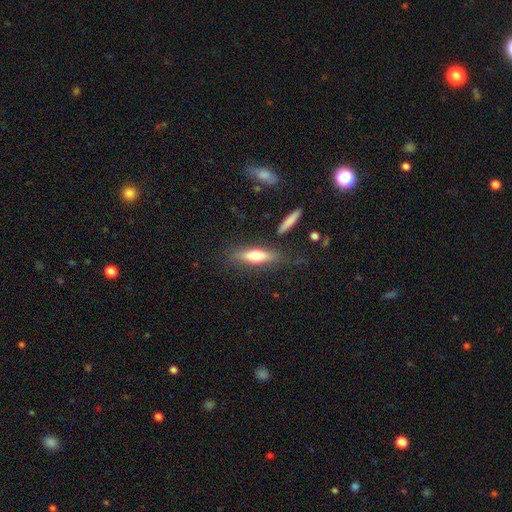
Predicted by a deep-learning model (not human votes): smooth-or-featured: smooth: 63% | featured or disk: 30% | star or artifact: 7%
  how-rounded: cigar-shaped: 60% | in between: 37% | round: 3%
  merging: none: 75% | minor disturbance: 15% | major disturbance: 5% | merger: 5%